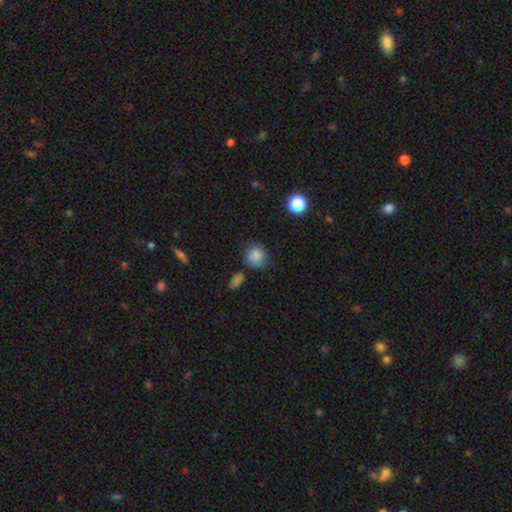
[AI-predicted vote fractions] Overall: smooth (84%). How rounded: round (82%). Merging: none (73%).